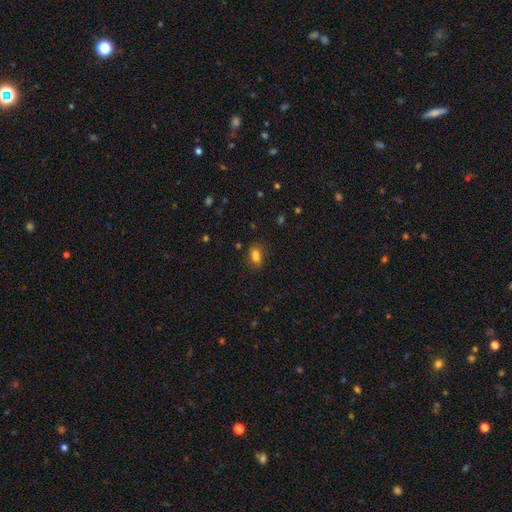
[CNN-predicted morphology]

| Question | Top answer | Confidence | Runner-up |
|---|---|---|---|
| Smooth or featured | smooth | 76% | star or artifact (15%) |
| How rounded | in between | 76% | round (20%) |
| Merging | none | 61% | merger (18%) |